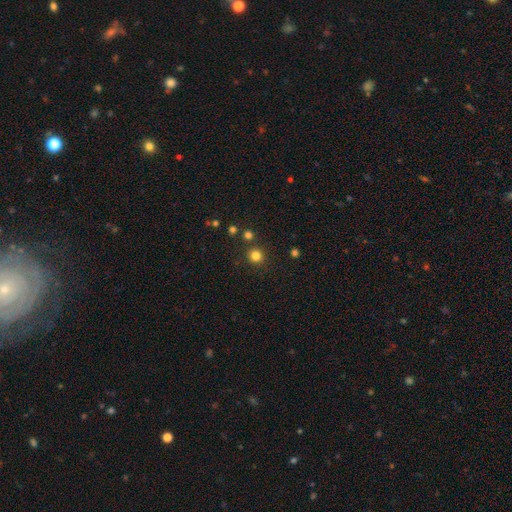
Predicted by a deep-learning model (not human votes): smooth 81%, star or artifact 15%, featured or disk 4%. Down the decision tree: how rounded — round (93%); merging — none (87%).